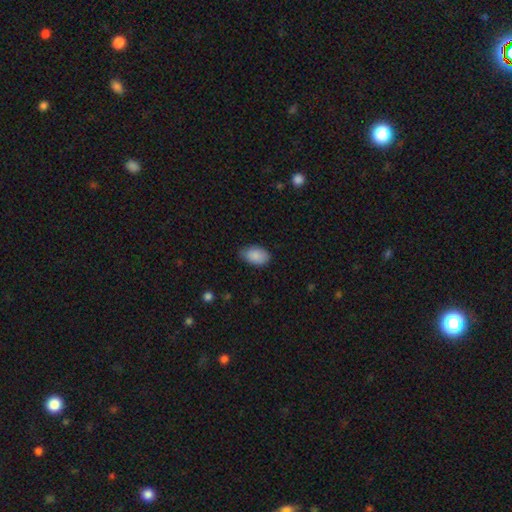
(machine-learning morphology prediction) A smooth galaxy with no disk features (88%) that is in between round and cigar-shaped (91%).

Vote fractions:
- Smooth or featured? smooth: 88% / star or artifact: 6% / featured or disk: 5%
- How rounded? in between: 91% / round: 8% / cigar-shaped: 1%
- Merging? none: 70% / minor disturbance: 25% / major disturbance: 3% / merger: 1%